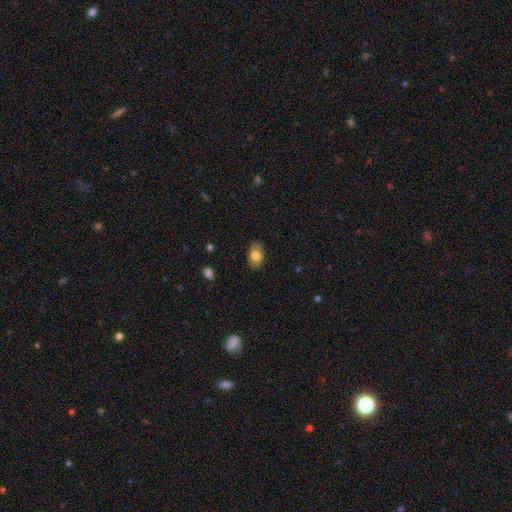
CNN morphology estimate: smooth-or-featured: smooth: 77% | featured or disk: 15% | star or artifact: 7%
  how-rounded: in between: 89% | round: 10% | cigar-shaped: 1%
  merging: none: 86% | minor disturbance: 10% | major disturbance: 2% | merger: 1%